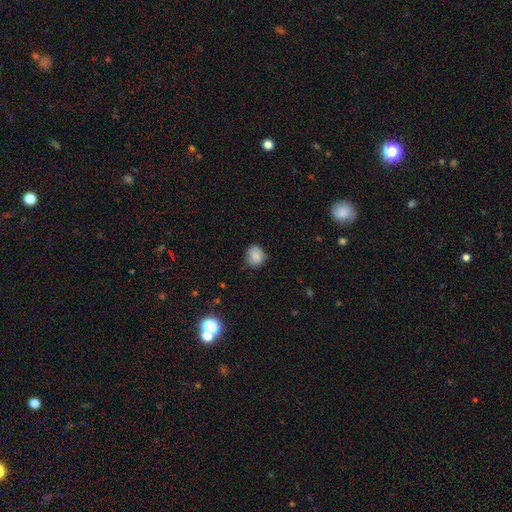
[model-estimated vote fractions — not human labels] Smooth or featured: smooth — 85% (star or artifact — 9%)
How rounded: round — 75% (in between — 24%)
Merging: none — 73% (minor disturbance — 22%)